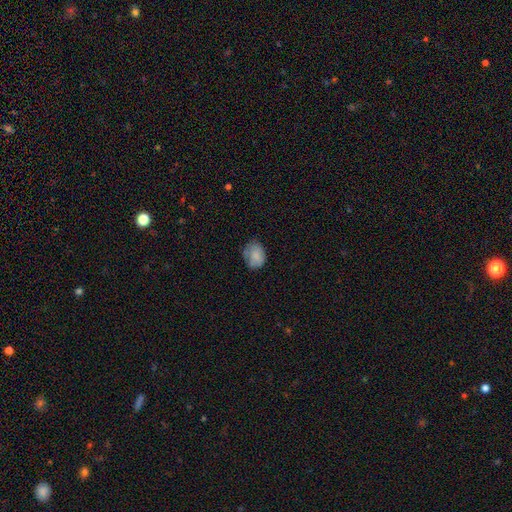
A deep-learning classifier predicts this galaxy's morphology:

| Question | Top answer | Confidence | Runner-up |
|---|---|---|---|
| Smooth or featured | smooth | 80% | featured or disk (11%) |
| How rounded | in between | 62% | round (37%) |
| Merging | none | 61% | minor disturbance (28%) |